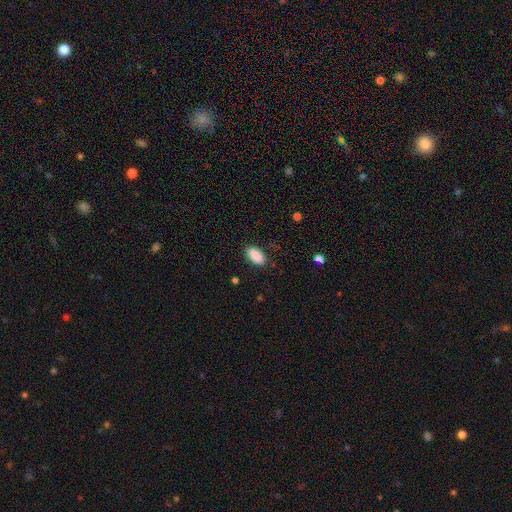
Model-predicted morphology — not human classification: smooth 90%, star or artifact 7%, featured or disk 4%. Down the decision tree: how rounded — in between (90%); merging — none (86%).